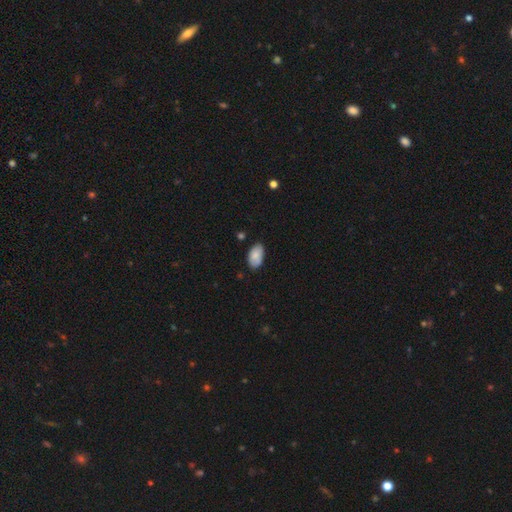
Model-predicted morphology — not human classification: smooth 82%, featured or disk 11%, star or artifact 7%. Down the decision tree: how rounded — in between (95%); merging — none (78%).